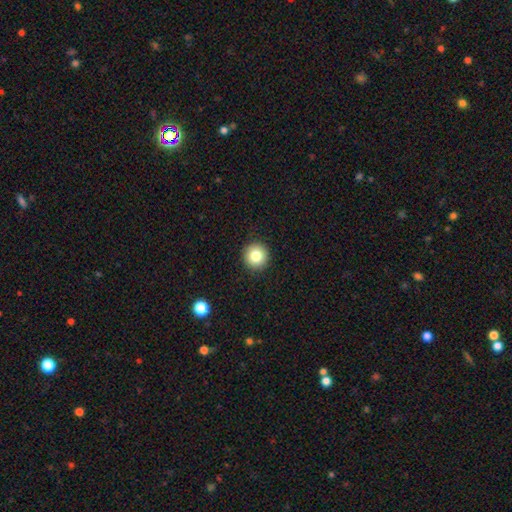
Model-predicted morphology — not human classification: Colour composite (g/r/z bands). It shows a smooth galaxy with no disk features (82%) that is round (95%). Merging: none (92%).